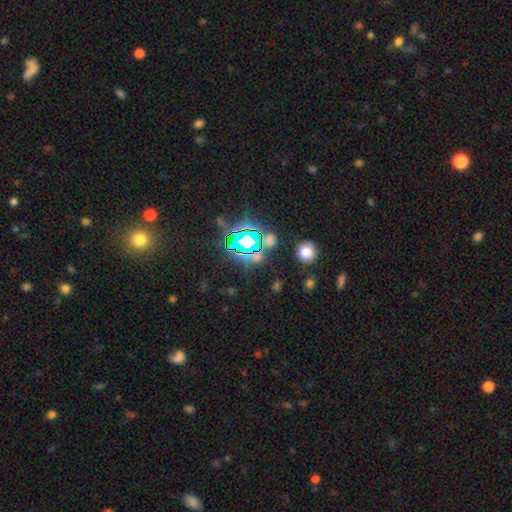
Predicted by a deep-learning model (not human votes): Morphology: type=star or artifact (69%).